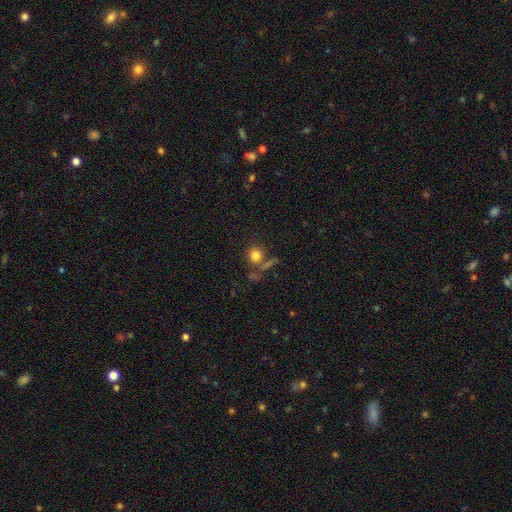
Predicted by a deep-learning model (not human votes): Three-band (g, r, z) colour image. It shows a smooth galaxy with no disk features (79%) that is round (88%). Merging: none (64%).